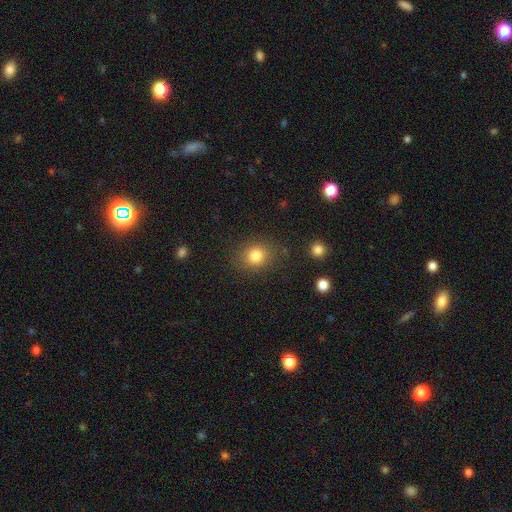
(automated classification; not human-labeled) This appears to be a smooth galaxy with no disk features (83%) that is round (74%). Merging: none (83%).